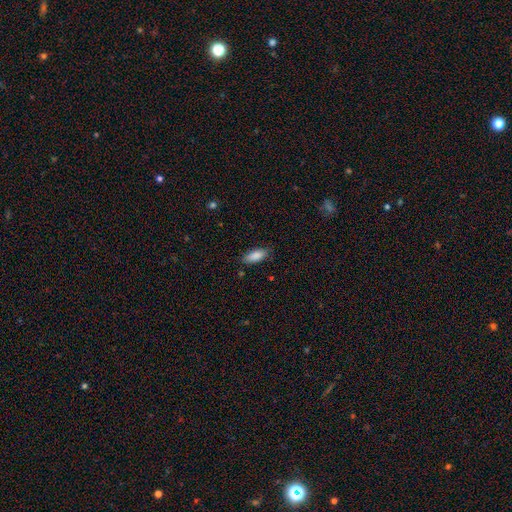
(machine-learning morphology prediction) Smooth or featured? smooth (87%)
How rounded? in between (79%)
Merging? none (82%)